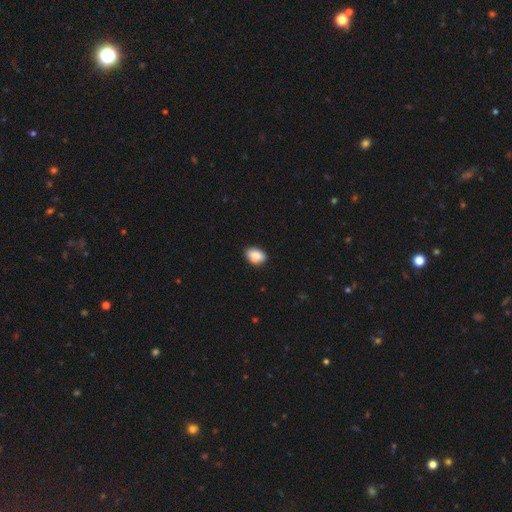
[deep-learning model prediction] smooth 88%, star or artifact 7%, featured or disk 5%. Down the decision tree: how rounded — in between (81%); merging — none (84%).